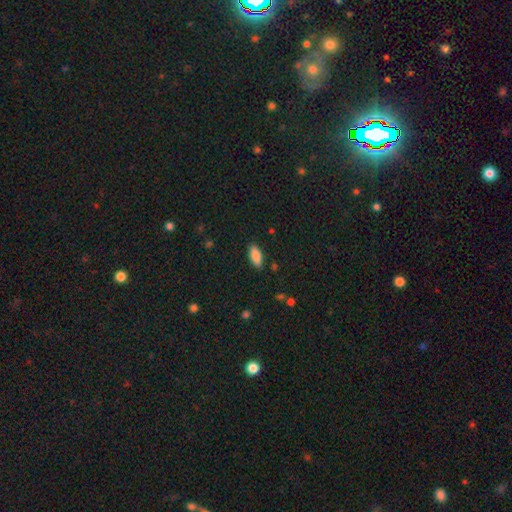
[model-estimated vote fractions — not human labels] smooth-or-featured: smooth: 85% | featured or disk: 8% | star or artifact: 7%
  how-rounded: in between: 87% | cigar-shaped: 11% | round: 2%
  merging: none: 87% | minor disturbance: 10% | major disturbance: 2% | merger: 1%